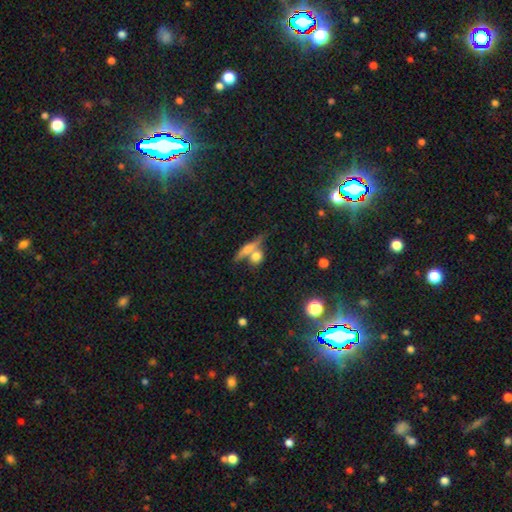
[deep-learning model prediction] smooth-or-featured: smooth: 64% | featured or disk: 24% | star or artifact: 12%
  how-rounded: round: 39% | in between: 33% | cigar-shaped: 28%
  merging: none: 48% | merger: 38% | minor disturbance: 9% | major disturbance: 5%